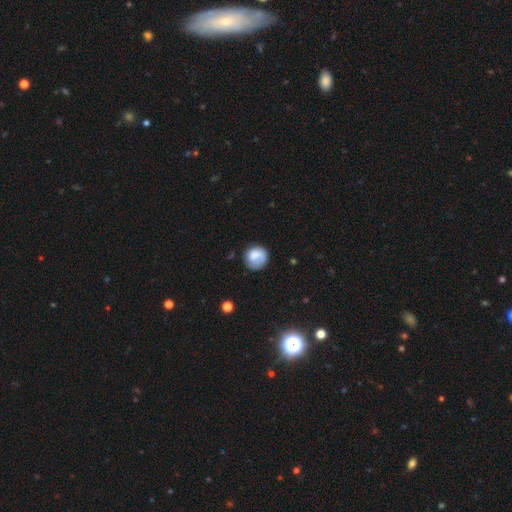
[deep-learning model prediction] Overall: smooth (73%). How rounded: round (86%). Merging: none (70%).